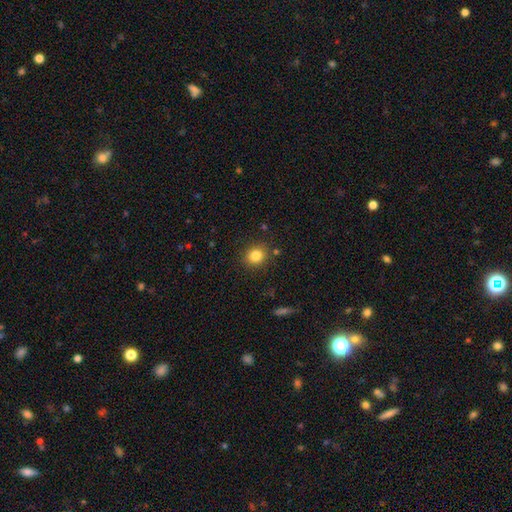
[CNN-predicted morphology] Smooth or featured? Predicted: smooth (p=0.82). How rounded? Predicted: round (p=0.80). Merging? Predicted: none (p=0.86).